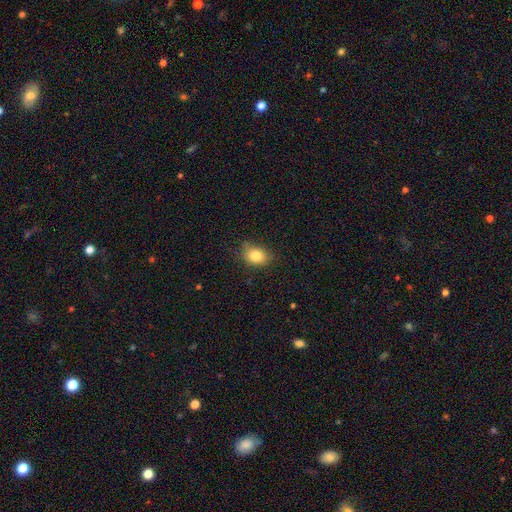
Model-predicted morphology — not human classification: Smooth or featured? Predicted: smooth (p=0.82). How rounded? Predicted: in between (p=0.66). Merging? Predicted: none (p=0.73).